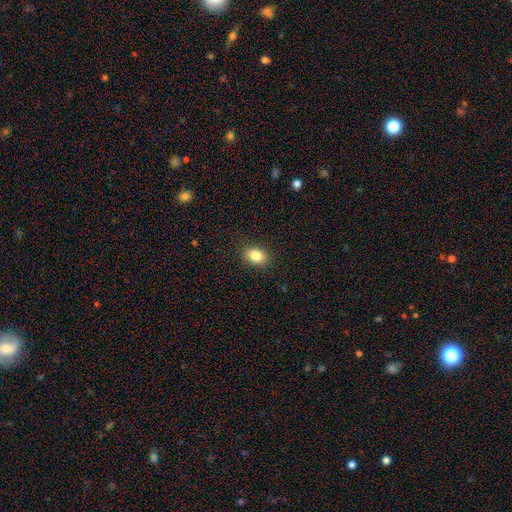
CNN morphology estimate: This is clearly a smooth galaxy (84%). How rounded: likely in between (70%). Merging: clearly none (89%).